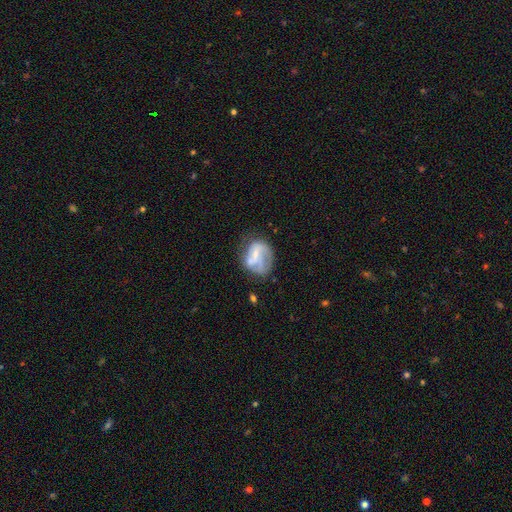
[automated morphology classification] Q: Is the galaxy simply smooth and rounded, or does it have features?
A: featured or disk — 59%.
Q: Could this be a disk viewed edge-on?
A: no — 98%.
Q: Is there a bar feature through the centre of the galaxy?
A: no — 56%.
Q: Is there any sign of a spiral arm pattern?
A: yes — 63%.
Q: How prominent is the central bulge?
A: small — 55%.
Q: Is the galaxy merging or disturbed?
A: none — 41%.